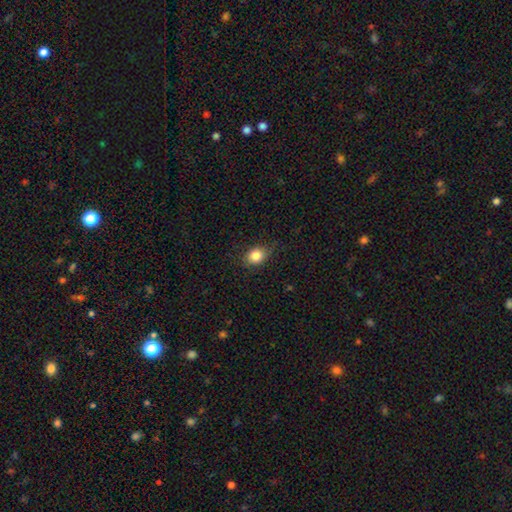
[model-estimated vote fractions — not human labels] This is clearly a smooth galaxy (83%). How rounded: possibly round (50%). Merging: likely none (76%).